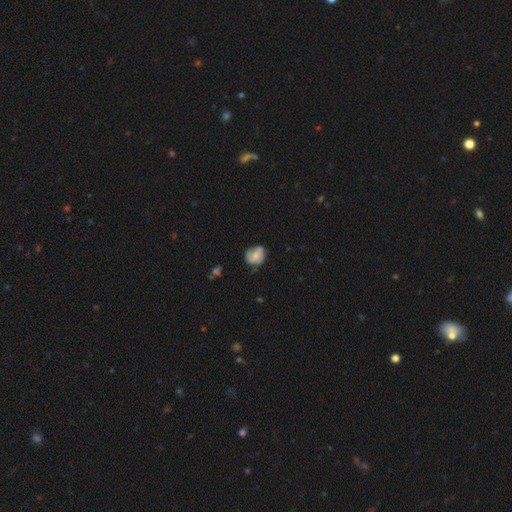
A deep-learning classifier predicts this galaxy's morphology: smooth_or_featured: smooth (p=0.54) [alt: featured or disk p=0.37]
how_rounded: round (p=0.57) [alt: in between p=0.42]
merging: none (p=0.50) [alt: minor disturbance p=0.33]